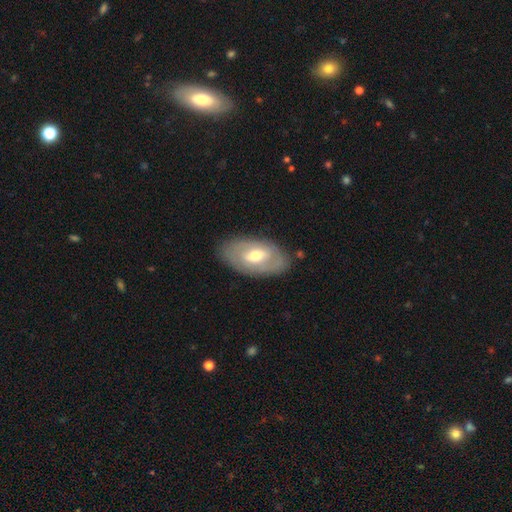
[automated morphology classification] Q: Smooth or featured?
A: featured or disk (59%); runner-up: smooth (35%)
Q: Edge-on disk?
A: no (90%); runner-up: yes (10%)
Q: Bar?
A: weak (44%); runner-up: no (38%)
Q: Spiral arms?
A: no (52%); runner-up: yes (48%)
Q: Bulge size?
A: moderate (68%); runner-up: small (24%)
Q: Merging?
A: none (81%); runner-up: minor disturbance (13%)